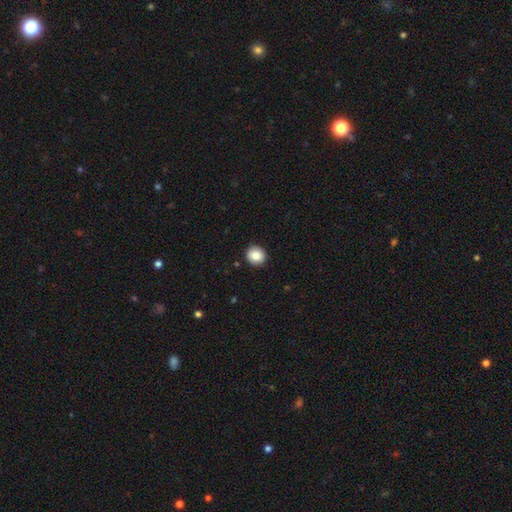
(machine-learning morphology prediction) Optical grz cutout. It shows a smooth galaxy with no disk features (84%) that is round (88%). Merging: none (92%).